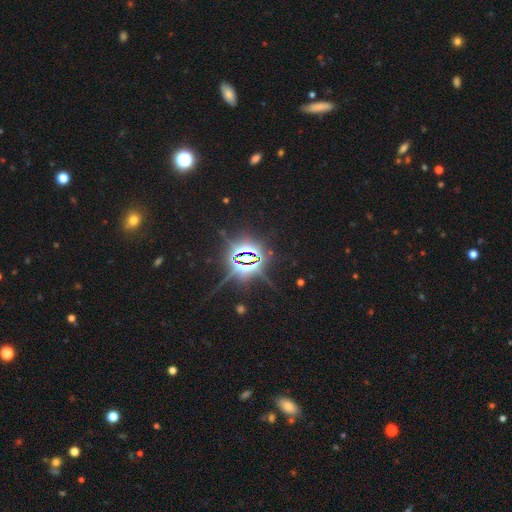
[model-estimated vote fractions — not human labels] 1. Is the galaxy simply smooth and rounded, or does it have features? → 84% star or artifact, 9% smooth, 7% featured or disk.